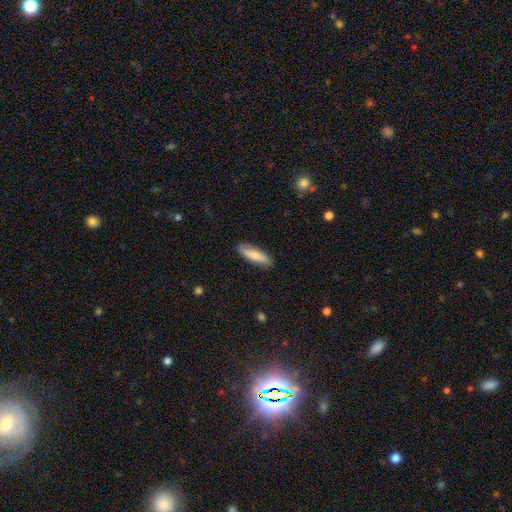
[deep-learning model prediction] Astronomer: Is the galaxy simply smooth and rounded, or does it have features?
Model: smooth — 81%.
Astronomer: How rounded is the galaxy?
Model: cigar-shaped — 61% (runner-up: in between, 37%).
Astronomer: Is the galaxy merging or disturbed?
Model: none — 87%.